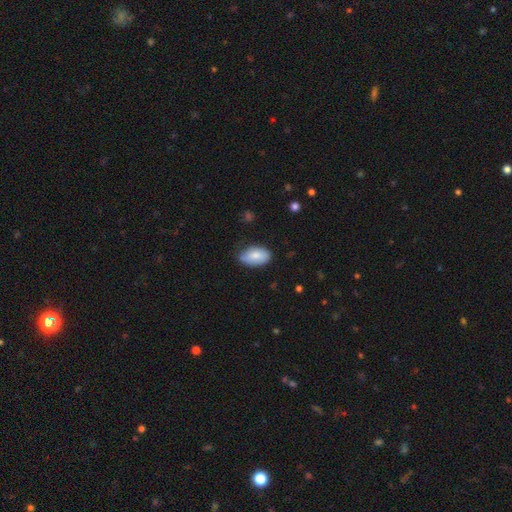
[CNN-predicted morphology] Q: Smooth or featured?
A: smooth (81%); runner-up: featured or disk (13%)
Q: How rounded?
A: in between (94%); runner-up: round (4%)
Q: Merging?
A: none (68%); runner-up: minor disturbance (26%)